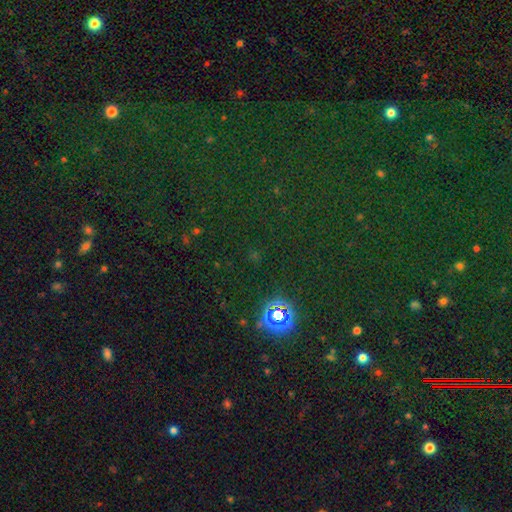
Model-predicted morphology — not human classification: Overall: star or artifact (67%).